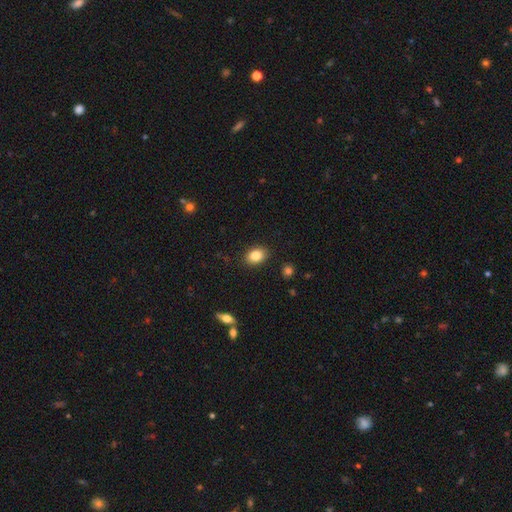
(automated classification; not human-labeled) Smooth or featured? Predicted: smooth (p=0.85). How rounded? Predicted: in between (p=0.71). Merging? Predicted: none (p=0.88).